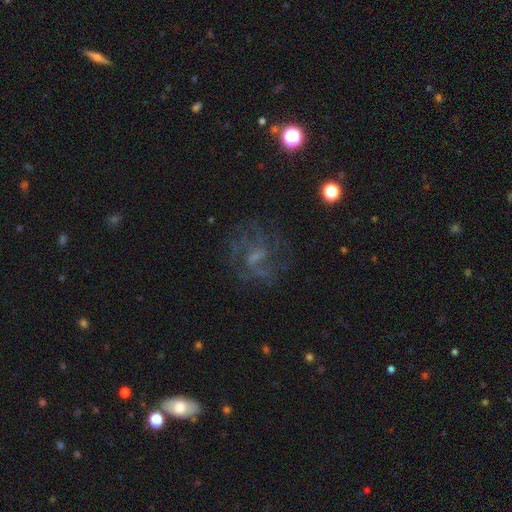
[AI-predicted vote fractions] The model was most divided on "bulge size": none: 38%, small: 36%, moderate: 22%, large: 3%, dominant: 1%. Remaining: edge-on disk — no (97%); spiral arms — yes (84%); smooth or featured — featured or disk (69%); merging — none (66%); bar — weak (51%); spiral winding — medium (47%); spiral arm count — can't tell (40%).